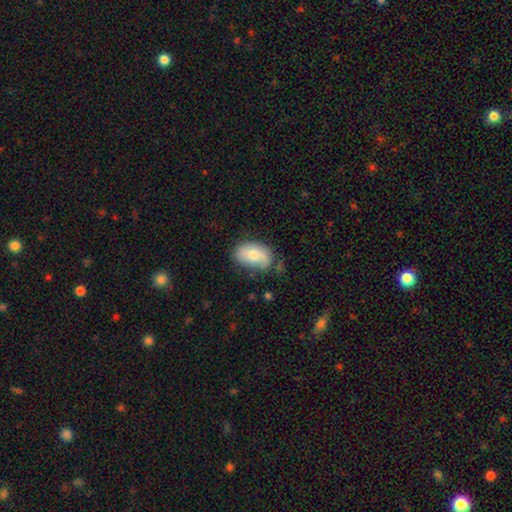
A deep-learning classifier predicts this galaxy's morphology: Overall: smooth (65%; featured or disk 26%). How rounded: in between (90%). Merging: none (59%; minor disturbance 30%).